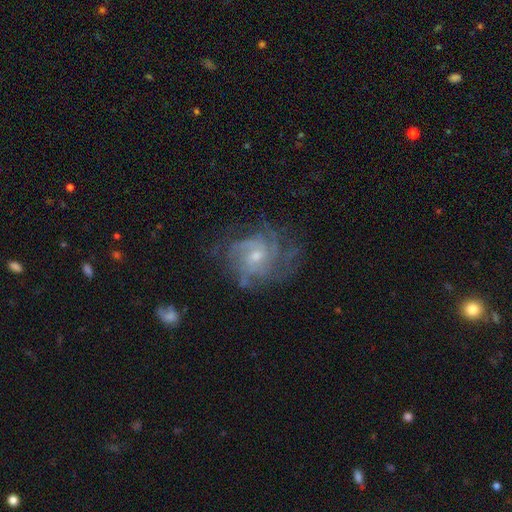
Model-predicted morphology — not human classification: This is clearly a featured or disk galaxy (81%). It is clearly not viewed edge-on (97%). Bar: likely no (62%). Spiral arm pattern: clearly yes (92%). Spiral arm count: marginally can't tell (37%). Spiral winding: possibly tight (50%). Central bulge: possibly small (58%). Merging: likely none (65%).